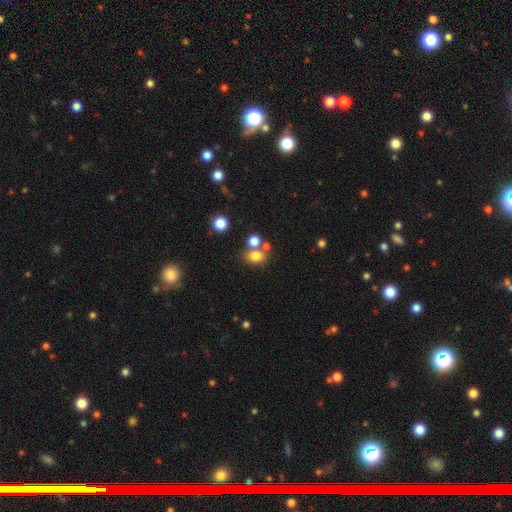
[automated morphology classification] smooth_or_featured: smooth (p=0.76) [alt: star or artifact p=0.14]
how_rounded: in between (p=0.57) [alt: round p=0.42]
merging: none (p=0.54) [alt: merger p=0.29]